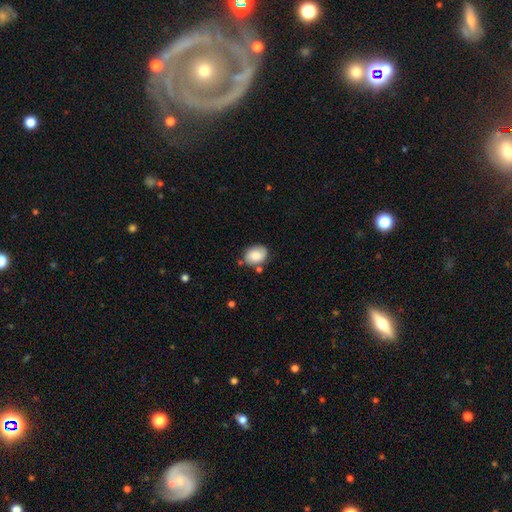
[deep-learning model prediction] Morphology: type=smooth (72%); roundness=in between (69%); merging=none (65%).